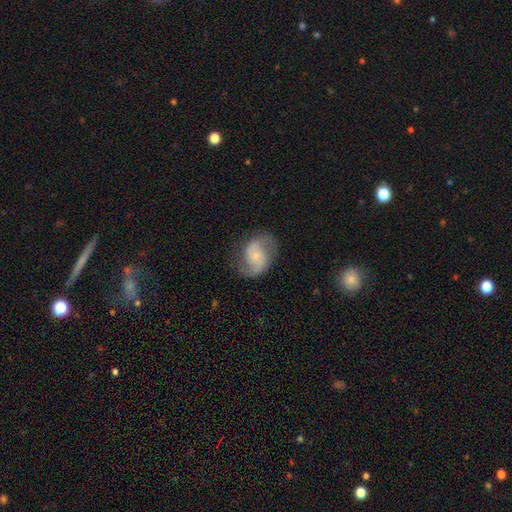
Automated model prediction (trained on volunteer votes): smooth-or-featured: featured or disk: 73% | smooth: 21% | star or artifact: 7%
  disk-edge-on: no: 97% | yes: 3%
    bar: no: 62% | weak: 30% | strong: 8%
    has-spiral-arms: yes: 92% | no: 8%
      spiral-winding: medium: 47% | loose: 36% | tight: 17%
      spiral-arm-count: 2: 89% | can't tell: 5% | 1: 3% | 3: 1% | 4: 1% | more than 4: 1%
    bulge-size: small: 66% | moderate: 24% | none: 5% | large: 3% | dominant: 1%
  merging: none: 71% | minor disturbance: 18% | major disturbance: 10% | merger: 1%